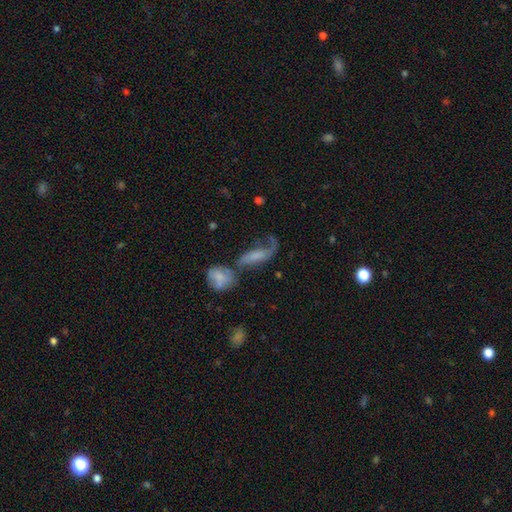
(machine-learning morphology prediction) This is possibly a featured or disk galaxy (54%). It is clearly not viewed edge-on (86%). Merging: marginally none (31%).